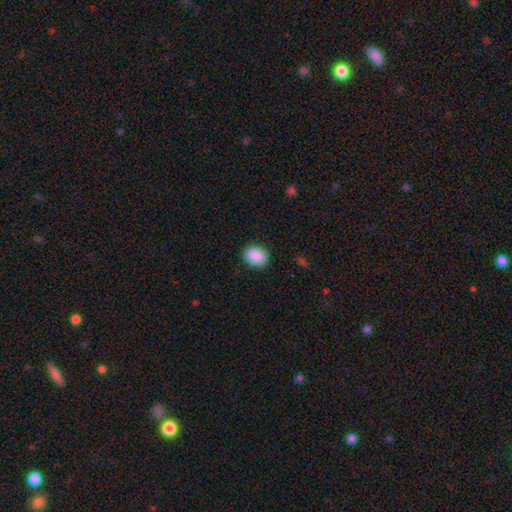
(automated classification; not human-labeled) Smooth or featured?
  - smooth: 90% *
  - star or artifact: 7%
  - featured or disk: 3%
How rounded?
  - in between: 55% *
  - round: 45%
  - cigar-shaped: 1%
Merging?
  - none: 88% *
  - minor disturbance: 8%
  - major disturbance: 2%
  - merger: 1%